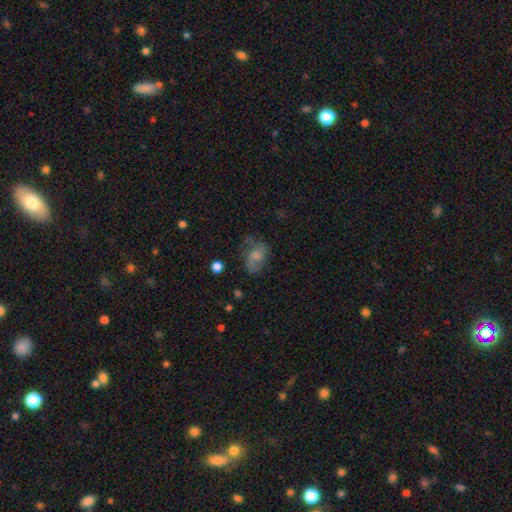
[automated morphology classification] This appears to be a smooth galaxy with no disk features (54%) that is in between round and cigar-shaped (79%). Merging: none (48%).